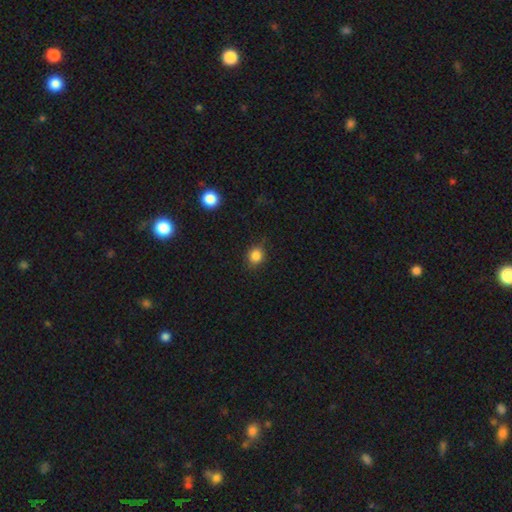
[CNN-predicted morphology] Smooth or featured: smooth — 84% (star or artifact — 11%)
How rounded: round — 73% (in between — 26%)
Merging: none — 81% (minor disturbance — 14%)